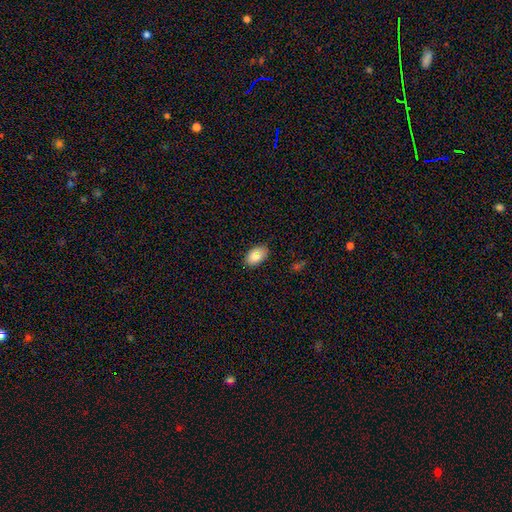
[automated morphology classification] A smooth galaxy with no disk features (84%) that is in between round and cigar-shaped (90%). Merging: none (87%).